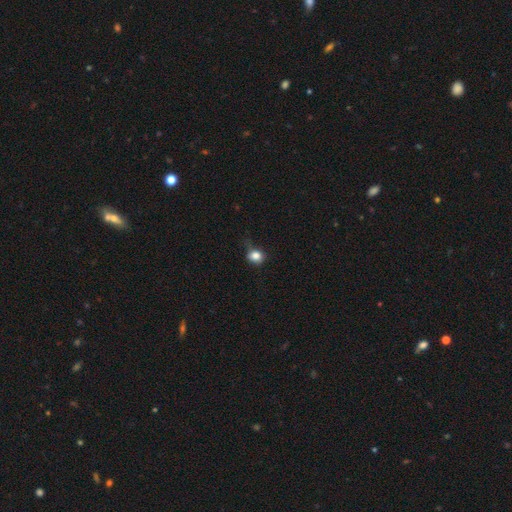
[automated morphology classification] Overall: smooth (82%). How rounded: round (75%). Merging: none (55%; minor disturbance 32%).